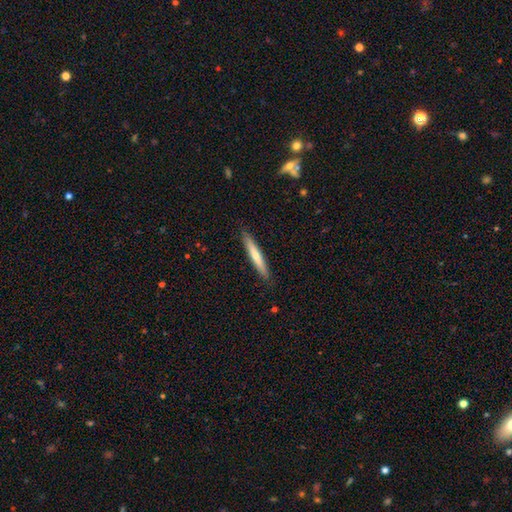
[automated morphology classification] Smooth or featured? Predicted: smooth (p=0.58). How rounded? Predicted: cigar-shaped (p=0.94). Merging? Predicted: none (p=0.89).